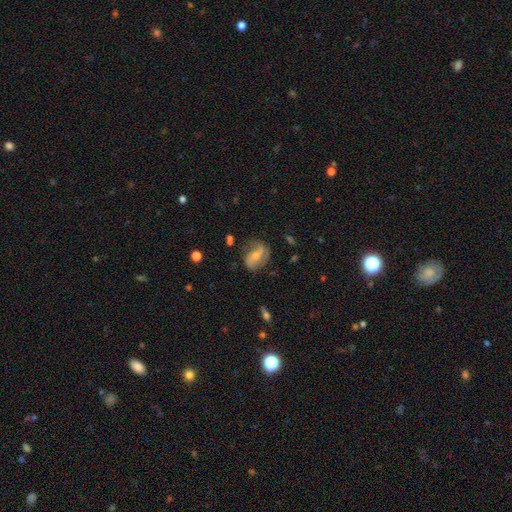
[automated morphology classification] The model was most divided on "bar": no: 40%, weak: 36%, strong: 23%. Remaining: edge-on disk — no (96%); spiral arms — yes (85%); spiral arm count — 2 (76%); smooth or featured — featured or disk (65%); merging — none (60%); bulge size — small (51%); spiral winding — loose (45%).